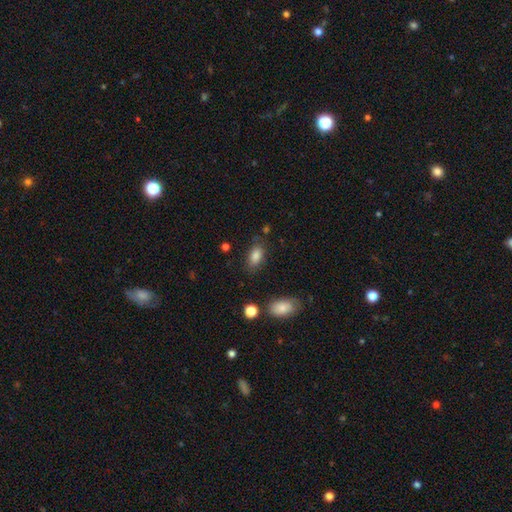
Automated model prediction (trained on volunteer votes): Smooth or featured?
  - smooth: 85% *
  - star or artifact: 8%
  - featured or disk: 7%
How rounded?
  - in between: 90% *
  - round: 6%
  - cigar-shaped: 4%
Merging?
  - none: 76% *
  - minor disturbance: 16%
  - major disturbance: 4%
  - merger: 3%